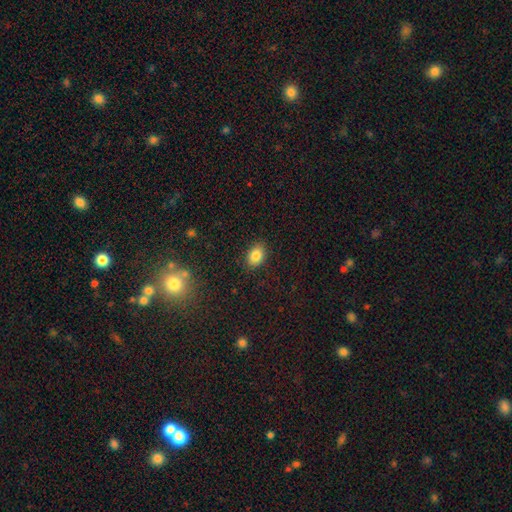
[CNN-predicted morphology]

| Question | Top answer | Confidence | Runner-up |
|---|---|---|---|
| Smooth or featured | smooth | 84% | star or artifact (10%) |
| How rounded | in between | 70% | round (29%) |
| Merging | none | 87% | minor disturbance (10%) |